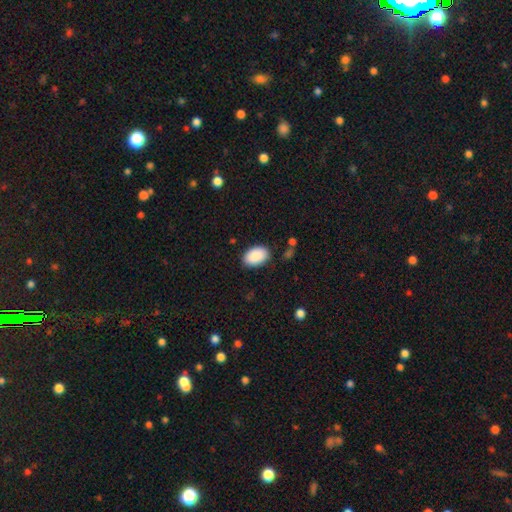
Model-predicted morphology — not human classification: This appears to be a smooth galaxy with no disk features (90%) that is in between round and cigar-shaped (91%). Merging: none (84%).